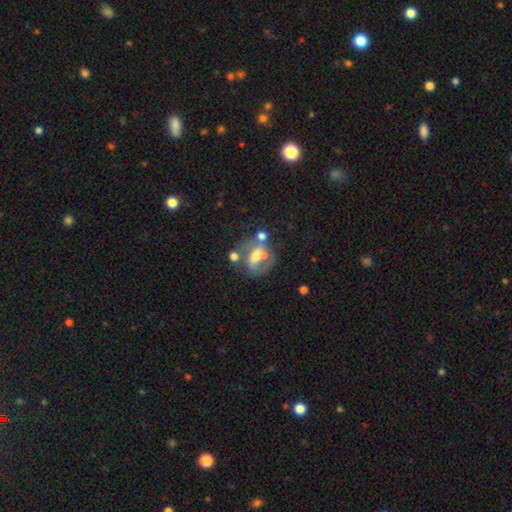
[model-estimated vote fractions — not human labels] Q: Smooth or featured?
A: featured or disk (60%); runner-up: smooth (29%)
Q: Edge-on disk?
A: no (96%); runner-up: yes (4%)
Q: Bar?
A: no (44%); runner-up: weak (33%)
Q: Spiral arms?
A: yes (56%); runner-up: no (44%)
Q: Bulge size?
A: moderate (49%); runner-up: small (31%)
Q: Merging?
A: none (38%); runner-up: merger (24%)